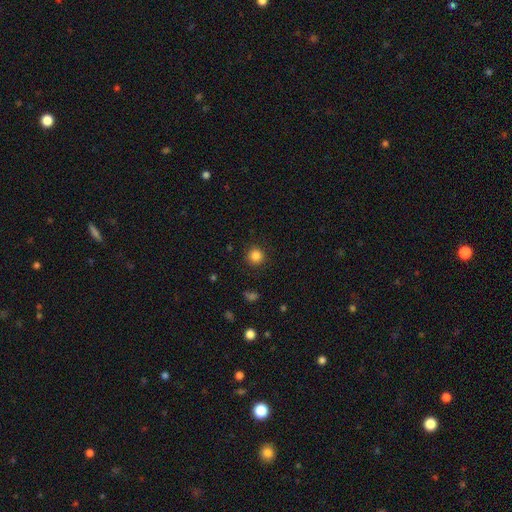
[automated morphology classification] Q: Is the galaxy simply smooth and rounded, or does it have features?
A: smooth — 85%.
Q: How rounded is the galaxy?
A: round — 94%.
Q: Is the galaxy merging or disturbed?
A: none — 90%.